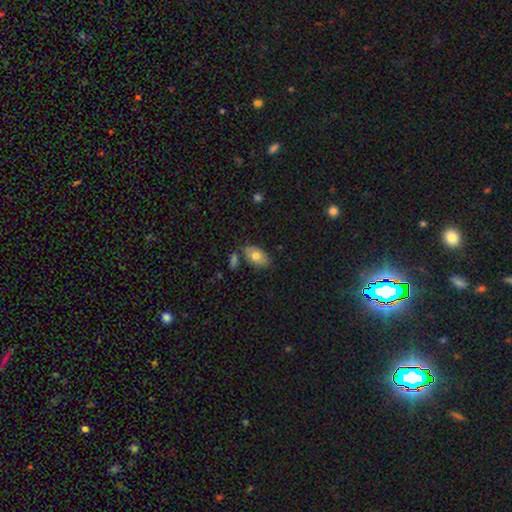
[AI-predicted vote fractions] smooth-or-featured: smooth: 76% | featured or disk: 17% | star or artifact: 7%
  how-rounded: in between: 93% | round: 5% | cigar-shaped: 2%
  merging: none: 76% | minor disturbance: 14% | merger: 6% | major disturbance: 3%